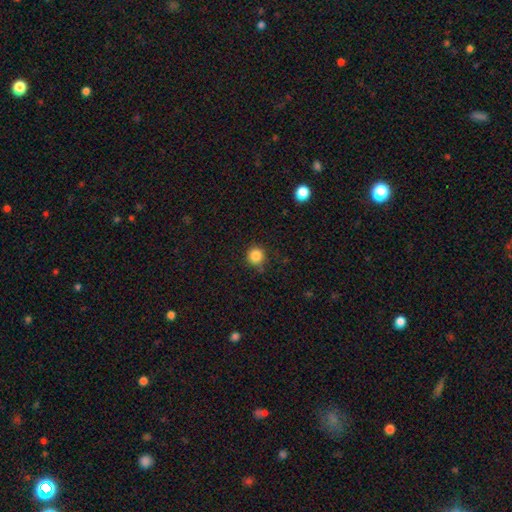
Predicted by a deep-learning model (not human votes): smooth-or-featured: smooth: 85% | star or artifact: 11% | featured or disk: 4%
  how-rounded: round: 93% | in between: 6% | cigar-shaped: 1%
  merging: none: 82% | minor disturbance: 13% | major disturbance: 3% | merger: 2%